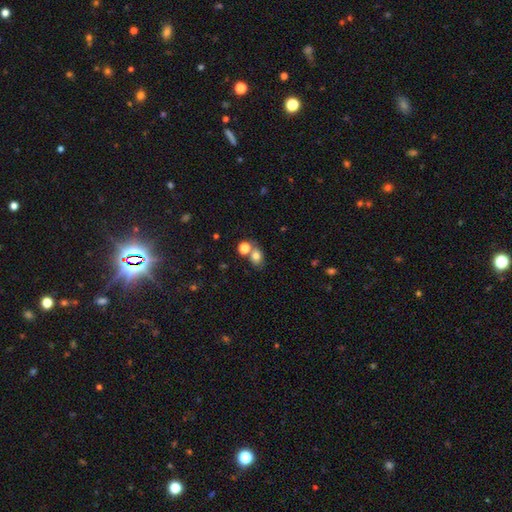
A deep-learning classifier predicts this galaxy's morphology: Smooth or featured: smooth — 75% (star or artifact — 13%)
How rounded: in between — 53% (round — 46%)
Merging: none — 54% (merger — 31%)